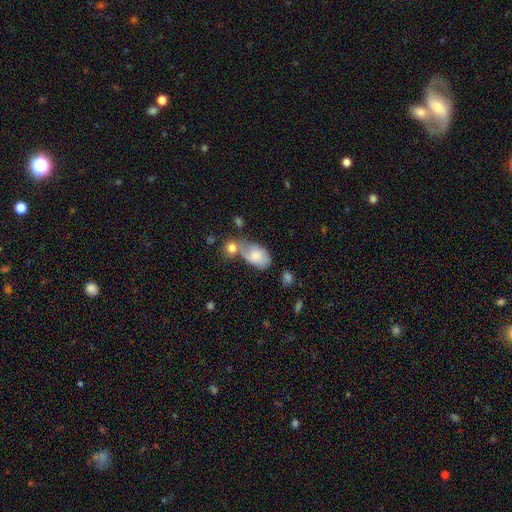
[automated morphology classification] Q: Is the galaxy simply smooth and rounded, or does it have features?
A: smooth — 72%.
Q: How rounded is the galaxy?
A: in between — 89%.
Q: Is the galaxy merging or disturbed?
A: merger — 40%.